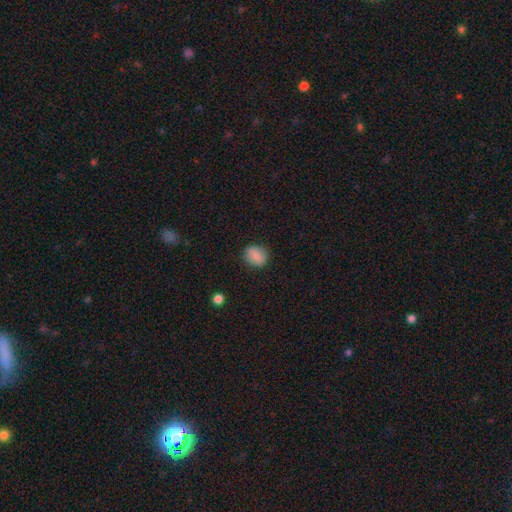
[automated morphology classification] This appears to be a smooth galaxy with no disk features (82%) that is round (67%). Merging: none (86%).